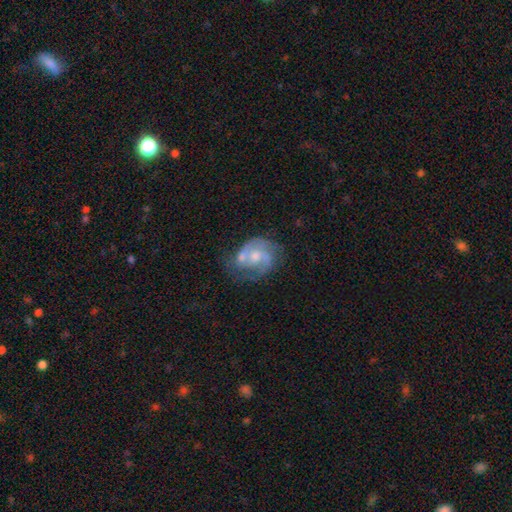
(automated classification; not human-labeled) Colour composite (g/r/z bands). It shows a featured or disk galaxy (78%) with no bar (59%), 2 (68%) medium (50%) spiral arms (89%) and a moderate central bulge (55%). Merging: none (44%).